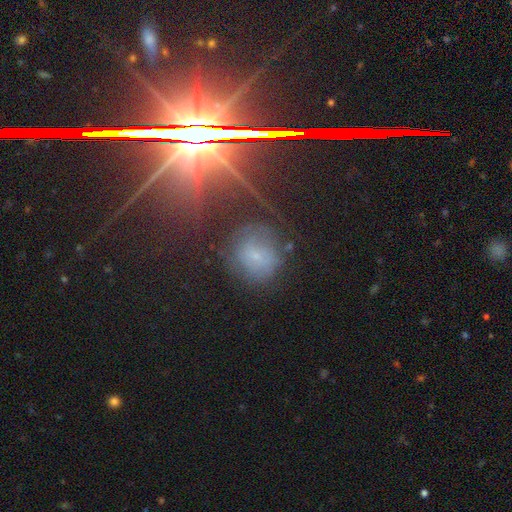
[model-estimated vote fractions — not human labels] Smooth or featured?
  - star or artifact: 39% *
  - smooth: 38%
  - featured or disk: 23%